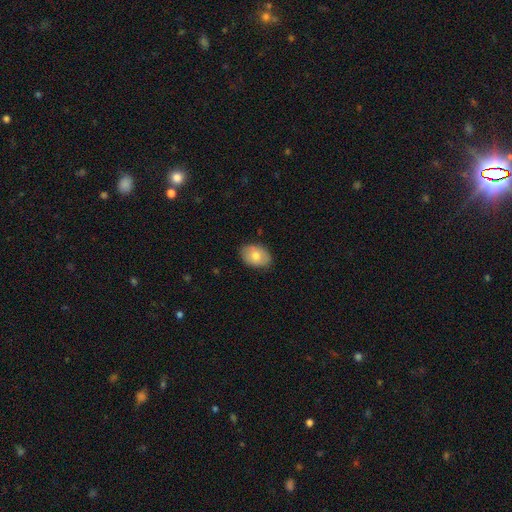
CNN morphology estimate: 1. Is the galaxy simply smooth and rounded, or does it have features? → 75% smooth, 18% featured or disk, 7% star or artifact.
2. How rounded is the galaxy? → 82% in between, 16% round, 1% cigar-shaped.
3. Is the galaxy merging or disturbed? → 84% none, 13% minor disturbance, 2% major disturbance, 1% merger.